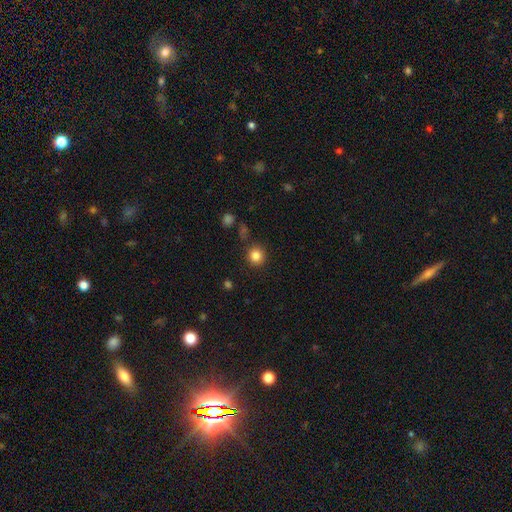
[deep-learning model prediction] smooth-or-featured: smooth: 84% | star or artifact: 11% | featured or disk: 4%
  how-rounded: round: 92% | in between: 7% | cigar-shaped: 1%
  merging: none: 86% | minor disturbance: 8% | major disturbance: 3% | merger: 3%